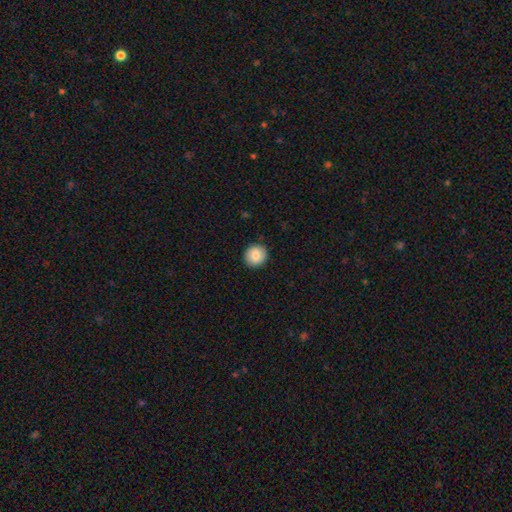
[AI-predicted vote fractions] Smooth or featured?
  - smooth: 85% *
  - star or artifact: 8%
  - featured or disk: 7%
How rounded?
  - round: 88% *
  - in between: 11%
  - cigar-shaped: 1%
Merging?
  - none: 90% *
  - minor disturbance: 7%
  - major disturbance: 2%
  - merger: 1%